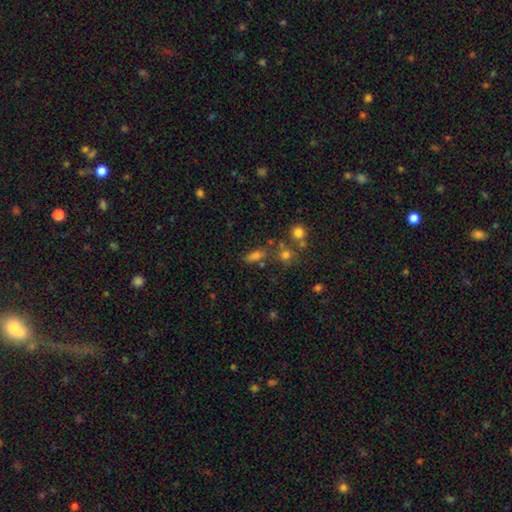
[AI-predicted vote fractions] A smooth galaxy with no disk features (67%) that is in between round and cigar-shaped (66%).

Vote fractions:
- Smooth or featured? smooth: 67% / star or artifact: 19% / featured or disk: 14%
- How rounded? in between: 66% / cigar-shaped: 22% / round: 12%
- Merging? none: 60% / merger: 17% / minor disturbance: 15% / major disturbance: 7%